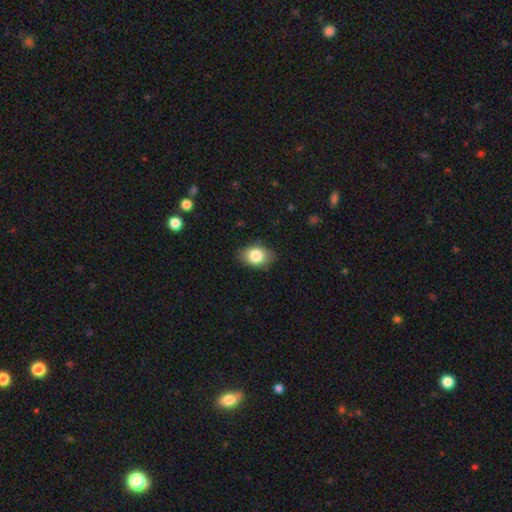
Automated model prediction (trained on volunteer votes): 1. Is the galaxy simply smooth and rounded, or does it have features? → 83% smooth, 10% featured or disk, 8% star or artifact.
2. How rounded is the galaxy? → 80% in between, 18% round, 1% cigar-shaped.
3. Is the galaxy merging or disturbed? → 83% none, 13% minor disturbance, 3% major disturbance, 1% merger.